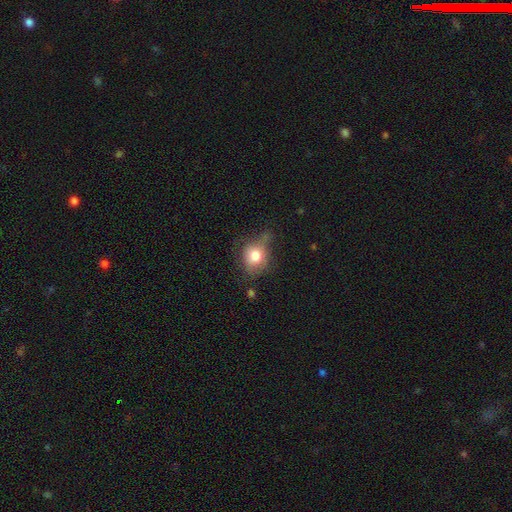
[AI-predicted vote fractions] This is likely a smooth galaxy (75%). How rounded: likely round (62%). Merging: possibly none (46%).